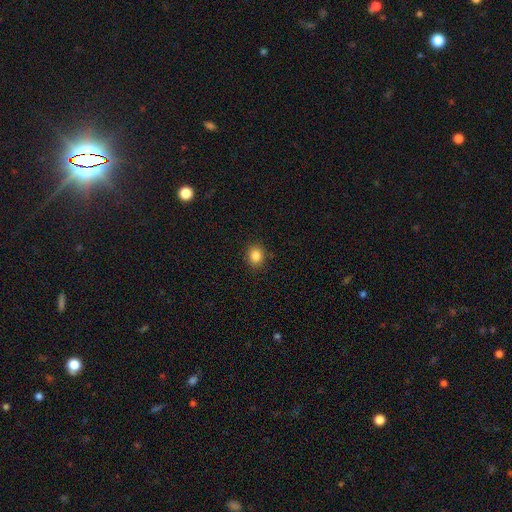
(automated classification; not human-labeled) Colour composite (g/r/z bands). It shows a smooth galaxy with no disk features (85%) that is round (73%). Merging: none (88%).